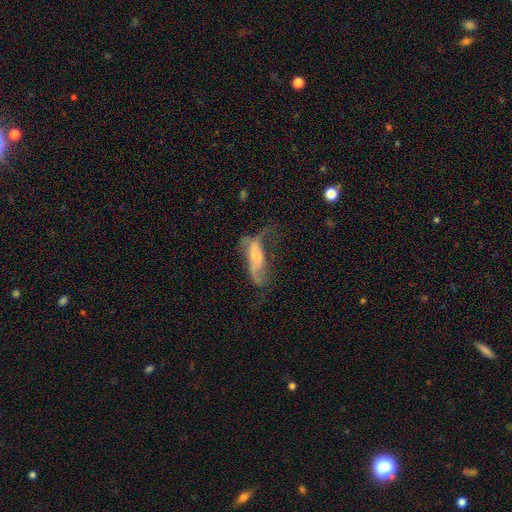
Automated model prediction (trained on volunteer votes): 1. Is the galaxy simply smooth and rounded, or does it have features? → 53% featured or disk, 38% smooth, 9% star or artifact.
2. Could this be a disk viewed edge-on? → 79% no, 21% yes.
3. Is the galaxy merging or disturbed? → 44% major disturbance, 27% none, 22% minor disturbance, 7% merger.